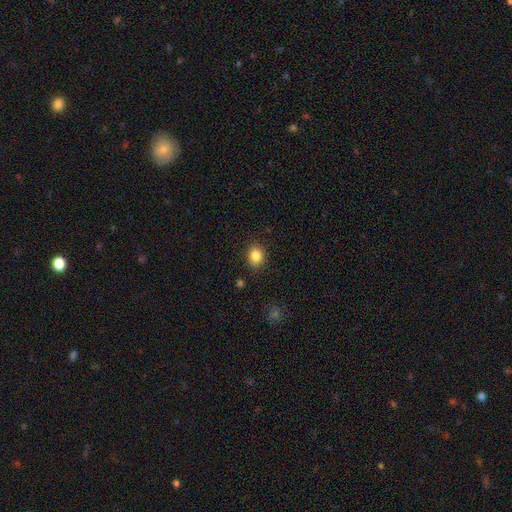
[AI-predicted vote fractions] smooth_or_featured: smooth (p=0.85) [alt: star or artifact p=0.10]
how_rounded: round (p=0.55) [alt: in between p=0.44]
merging: none (p=0.86) [alt: minor disturbance p=0.10]